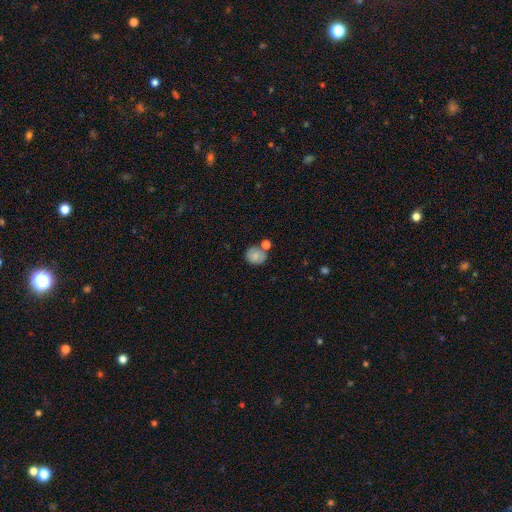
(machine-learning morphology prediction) smooth_or_featured: smooth (p=0.81) [alt: featured or disk p=0.11]
how_rounded: round (p=0.80) [alt: in between p=0.19]
merging: none (p=0.60) [alt: merger p=0.21]